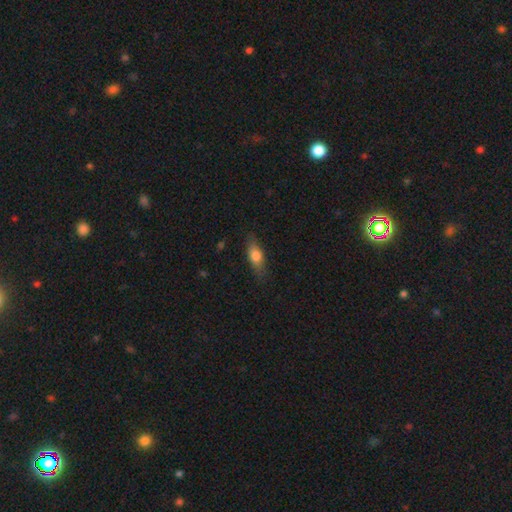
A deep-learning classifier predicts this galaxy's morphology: smooth 70%, featured or disk 23%, star or artifact 7%. Down the decision tree: how rounded — in between (67%); merging — none (79%).